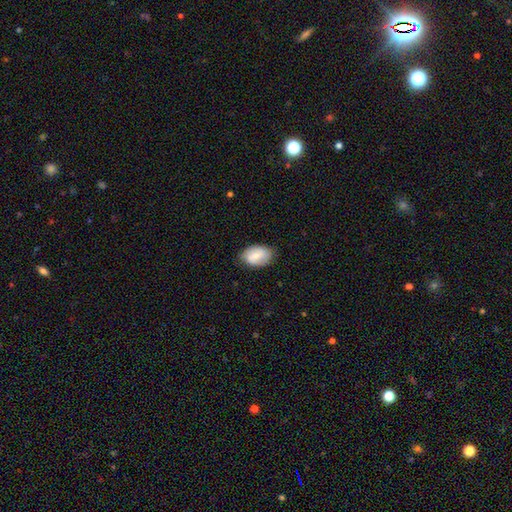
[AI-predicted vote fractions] This appears to be a smooth galaxy with no disk features (71%) that is in between round and cigar-shaped (89%). Merging: none (76%).